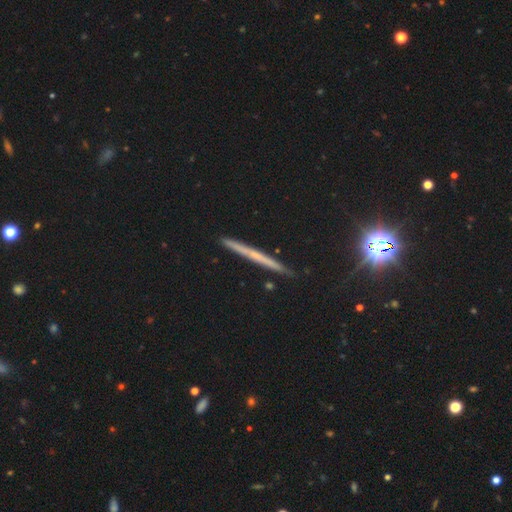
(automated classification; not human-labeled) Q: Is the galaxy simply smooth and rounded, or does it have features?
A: featured or disk — 55%.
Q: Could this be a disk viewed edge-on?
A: yes — 97%.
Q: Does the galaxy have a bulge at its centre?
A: none — 81%.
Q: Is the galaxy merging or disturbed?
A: none — 90%.